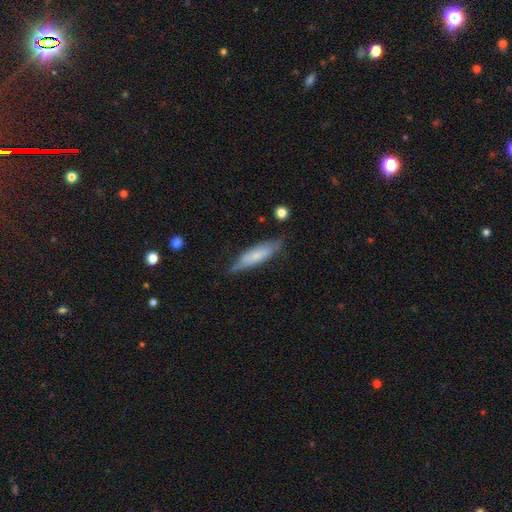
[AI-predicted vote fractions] Overall: smooth (66%; featured or disk 28%). How rounded: cigar-shaped (67%; in between 32%). Merging: none (71%).